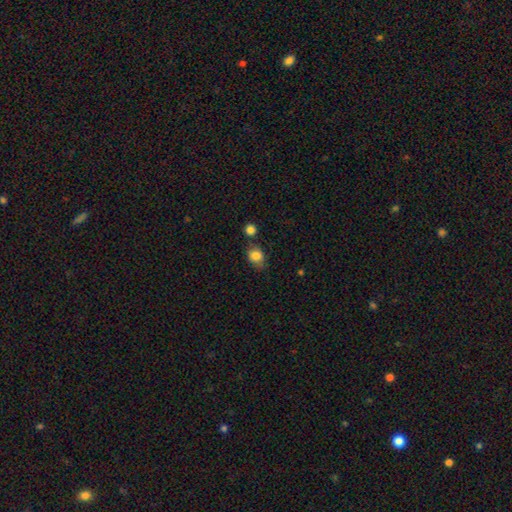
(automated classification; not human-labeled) Overall: smooth (82%). How rounded: in between (58%; round 40%). Merging: none (60%; minor disturbance 21%).